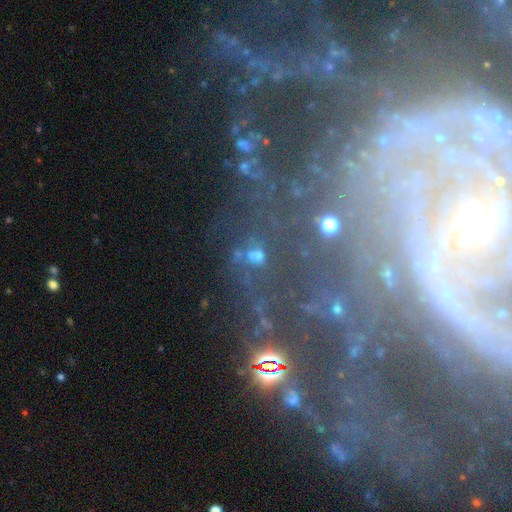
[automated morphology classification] Smooth or featured?
  - star or artifact: 44% *
  - smooth: 30%
  - featured or disk: 27%